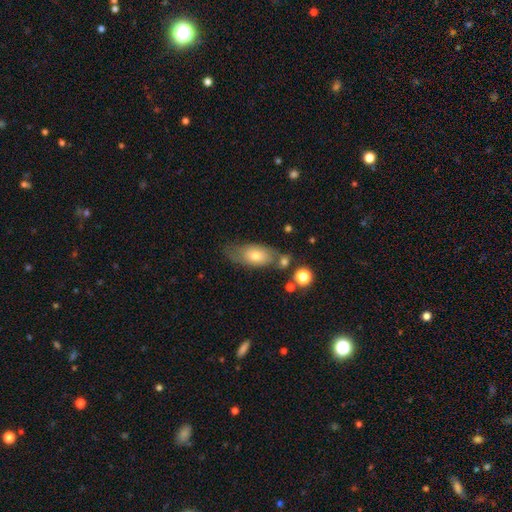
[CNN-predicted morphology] smooth 66%, featured or disk 26%, star or artifact 8%. Down the decision tree: how rounded — in between (83%); merging — none (58%).